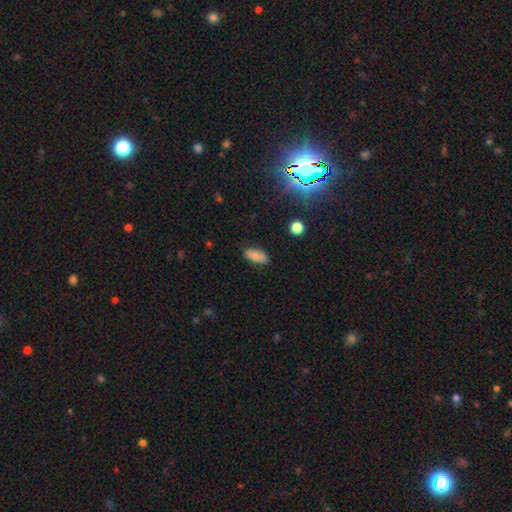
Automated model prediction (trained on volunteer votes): This appears to be a smooth galaxy with no disk features (82%) that is in between round and cigar-shaped (86%). Merging: none (82%).